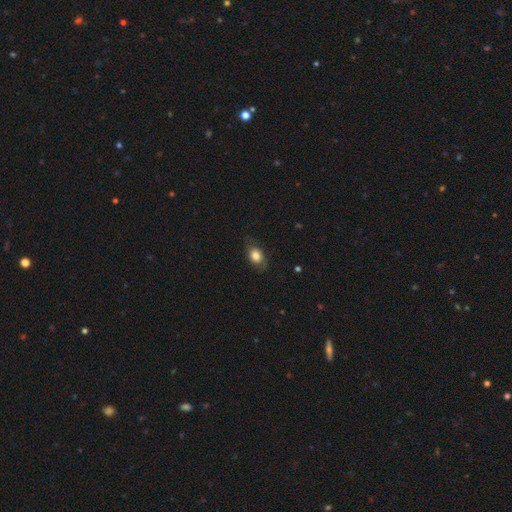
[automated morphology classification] type=smooth (77%); roundness=in between (72%); merging=none (71%).